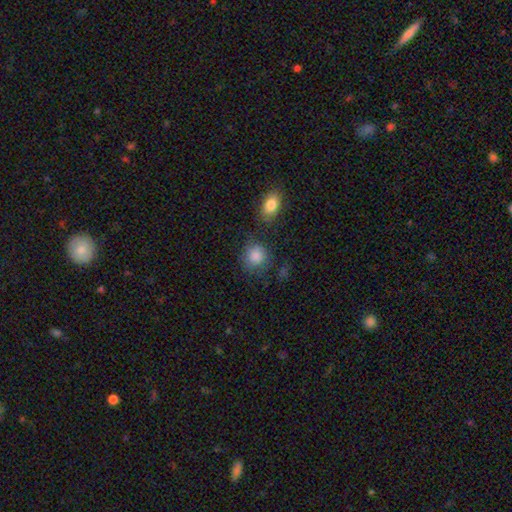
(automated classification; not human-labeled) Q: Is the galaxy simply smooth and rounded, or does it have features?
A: smooth — 86%.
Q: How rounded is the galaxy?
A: round — 80%.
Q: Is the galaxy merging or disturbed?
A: none — 71%.